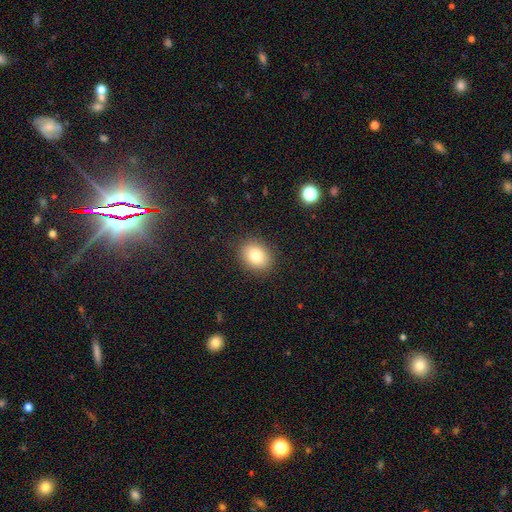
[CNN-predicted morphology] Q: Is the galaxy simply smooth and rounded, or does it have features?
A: smooth — 81%.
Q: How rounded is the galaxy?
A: round — 50%.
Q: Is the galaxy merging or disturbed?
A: none — 88%.